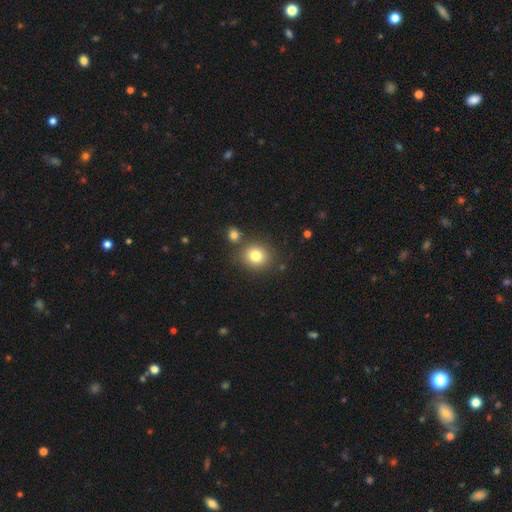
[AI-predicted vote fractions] smooth 80%, star or artifact 11%, featured or disk 9%. Down the decision tree: how rounded — round (76%); merging — none (76%).